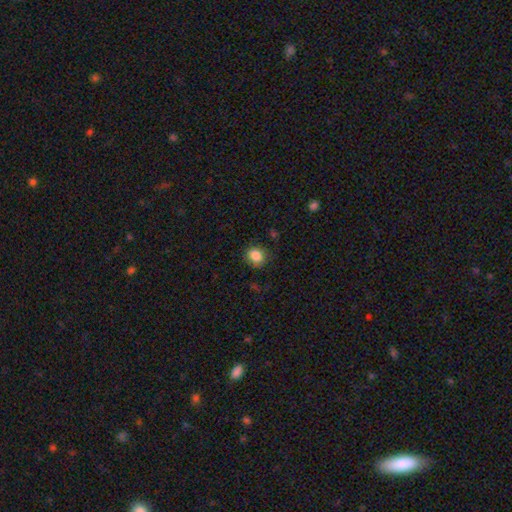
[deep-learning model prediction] Smooth or featured?
  - smooth: 86% *
  - star or artifact: 9%
  - featured or disk: 4%
How rounded?
  - round: 68% *
  - in between: 31%
  - cigar-shaped: 1%
Merging?
  - none: 81% *
  - minor disturbance: 14%
  - major disturbance: 4%
  - merger: 1%